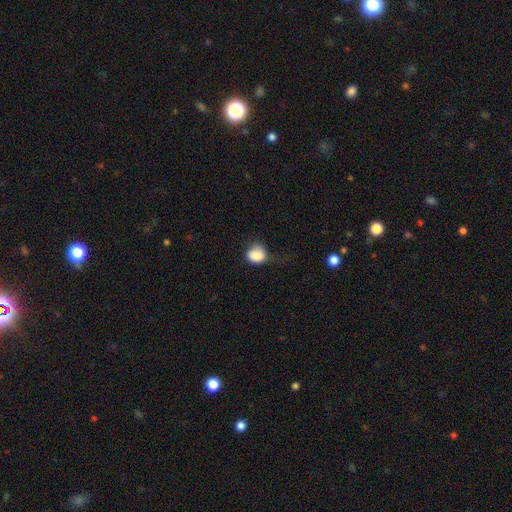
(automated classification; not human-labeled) Overall: smooth (85%). How rounded: round (69%; in between 30%). Merging: none (42%; minor disturbance 37%).